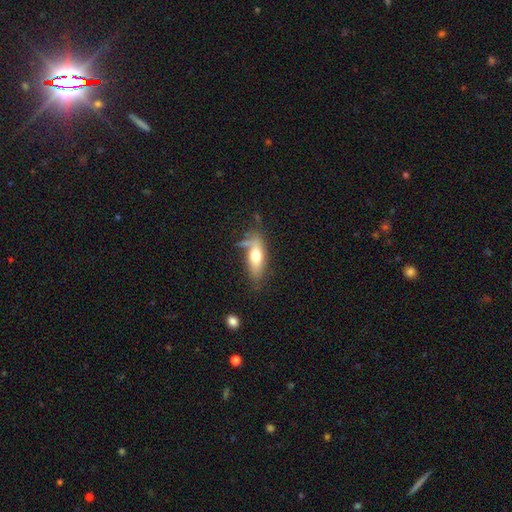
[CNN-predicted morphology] smooth 62%, featured or disk 31%, star or artifact 7%. Down the decision tree: how rounded — in between (69%); merging — none (50%).